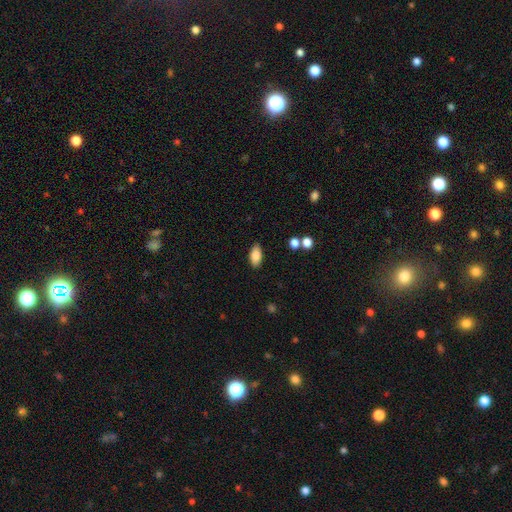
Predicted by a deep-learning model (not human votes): smooth-or-featured: smooth: 81% | featured or disk: 11% | star or artifact: 8%
  how-rounded: in between: 91% | cigar-shaped: 6% | round: 4%
  merging: none: 87% | minor disturbance: 9% | major disturbance: 2% | merger: 2%